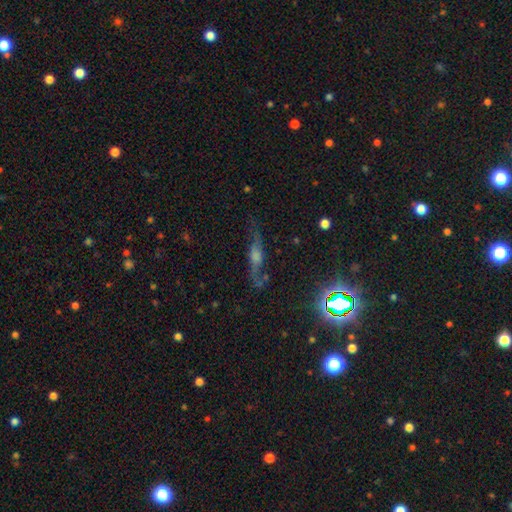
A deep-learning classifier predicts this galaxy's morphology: smooth-or-featured: featured or disk: 61% | smooth: 22% | star or artifact: 17%
  disk-edge-on: yes: 61% | no: 39%
  merging: none: 66% | minor disturbance: 19% | major disturbance: 11% | merger: 3%